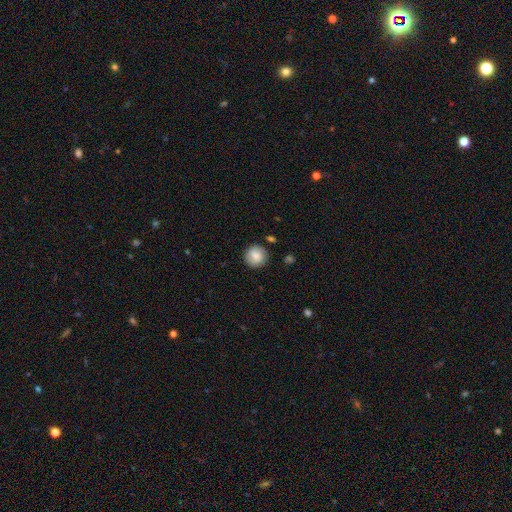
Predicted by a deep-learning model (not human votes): Smooth or featured? smooth (77%)
How rounded? round (92%)
Merging? none (84%)